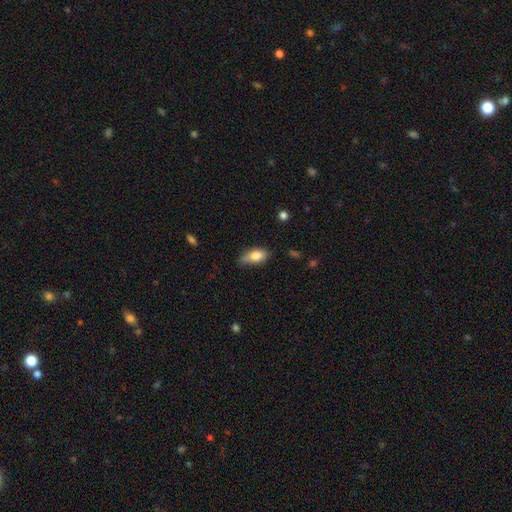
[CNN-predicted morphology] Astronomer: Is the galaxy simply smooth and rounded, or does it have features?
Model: smooth — 80%.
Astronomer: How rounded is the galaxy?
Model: in between — 86%.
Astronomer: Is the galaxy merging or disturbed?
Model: none — 55% (runner-up: minor disturbance, 35%).